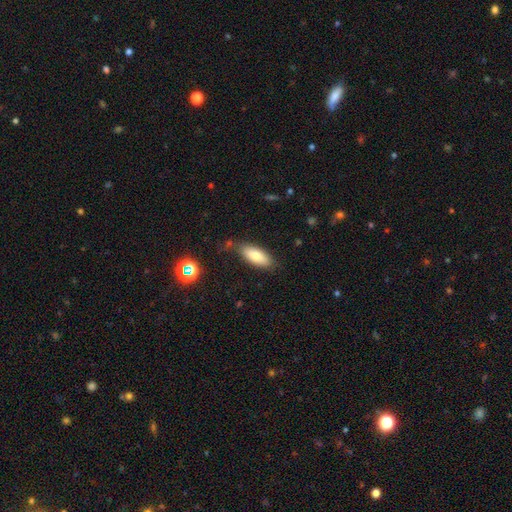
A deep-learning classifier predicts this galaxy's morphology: Smooth or featured?
  - smooth: 76% *
  - featured or disk: 16%
  - star or artifact: 8%
How rounded?
  - in between: 79% *
  - cigar-shaped: 19%
  - round: 2%
Merging?
  - none: 74% *
  - minor disturbance: 18%
  - major disturbance: 4%
  - merger: 4%